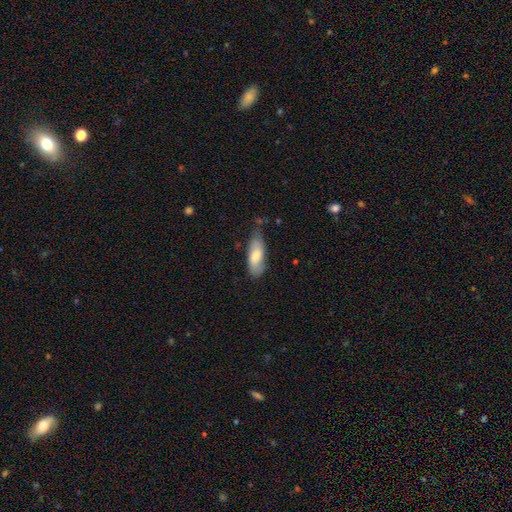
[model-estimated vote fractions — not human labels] A smooth galaxy with no disk features (74%) that is in between round and cigar-shaped (68%).

Vote fractions:
- Smooth or featured? smooth: 74% / featured or disk: 20% / star or artifact: 6%
- How rounded? in between: 68% / cigar-shaped: 30% / round: 2%
- Merging? none: 62% / minor disturbance: 29% / major disturbance: 6% / merger: 3%